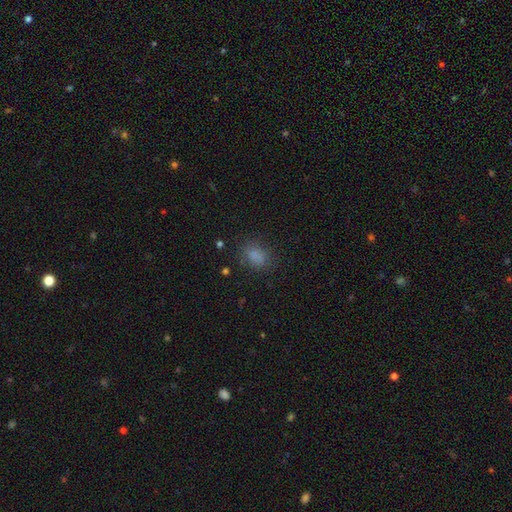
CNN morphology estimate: This is clearly a smooth galaxy (81%). How rounded: likely in between (67%). Merging: likely none (76%).